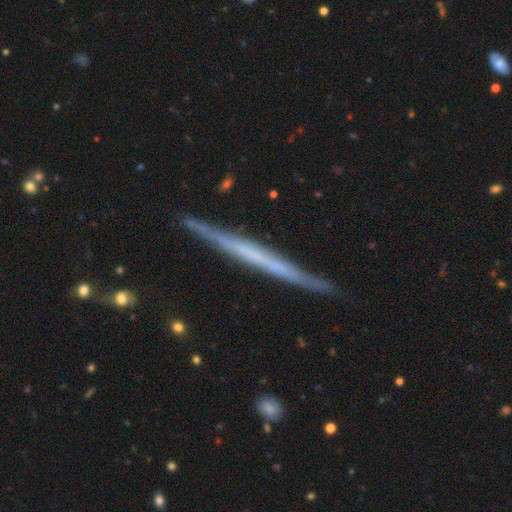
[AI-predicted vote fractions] Overall: featured or disk (66%; smooth 29%). Edge-on disk: yes (97%). Edge-on bulge: none (87%). Merging: none (89%).